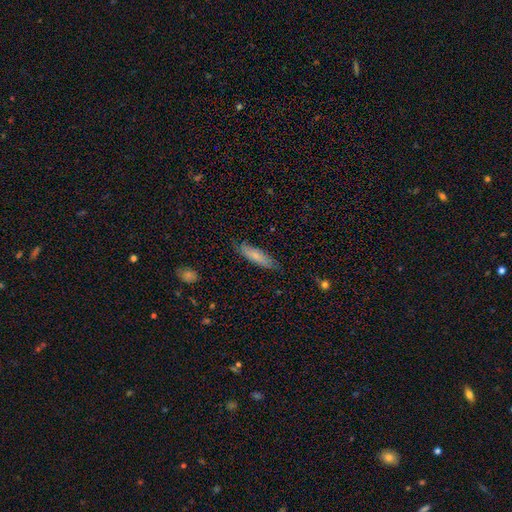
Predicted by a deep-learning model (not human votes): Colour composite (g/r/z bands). It shows a smooth galaxy with no disk features (73%) that is cigar-shaped (72%). Merging: none (81%).